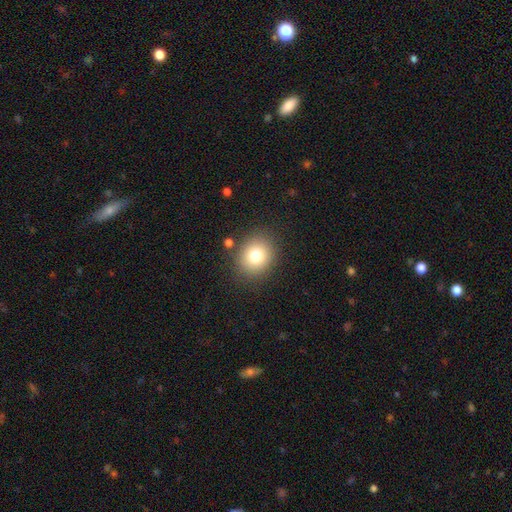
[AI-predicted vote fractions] The model was most divided on "how rounded": round: 68%, in between: 31%, cigar-shaped: 1%. More confident: merging — none (85%); smooth or featured — smooth (78%).